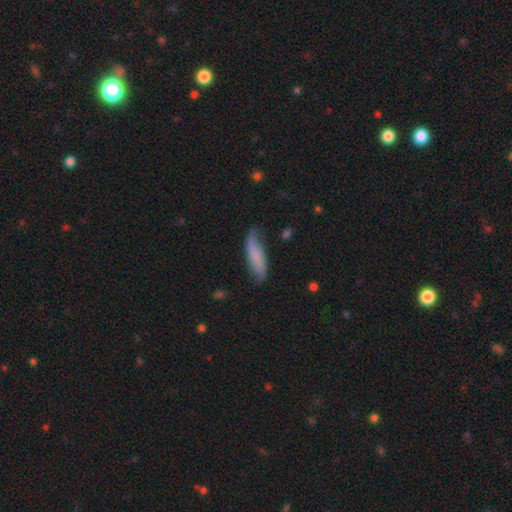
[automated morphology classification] A smooth galaxy with no disk features (69%) that is cigar-shaped (57%).

Vote fractions:
- Smooth or featured? smooth: 69% / featured or disk: 25% / star or artifact: 7%
- How rounded? cigar-shaped: 57% / in between: 41% / round: 2%
- Merging? none: 63% / minor disturbance: 28% / major disturbance: 7% / merger: 2%